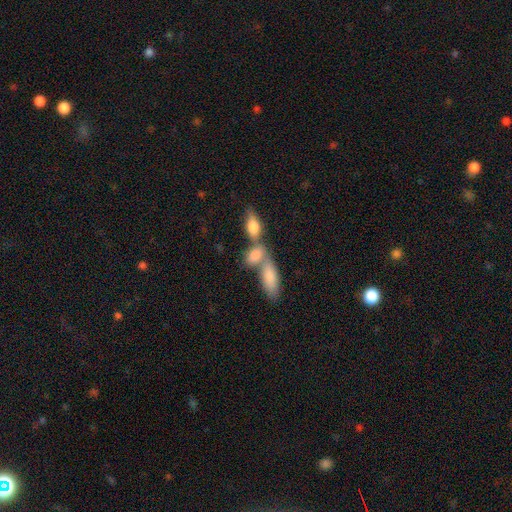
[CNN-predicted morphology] A smooth galaxy with no disk features (79%) that is in between round and cigar-shaped (78%).

Vote fractions:
- Smooth or featured? smooth: 79% / featured or disk: 14% / star or artifact: 7%
- How rounded? in between: 78% / cigar-shaped: 17% / round: 5%
- Merging? merger: 56% / none: 31% / minor disturbance: 9% / major disturbance: 4%